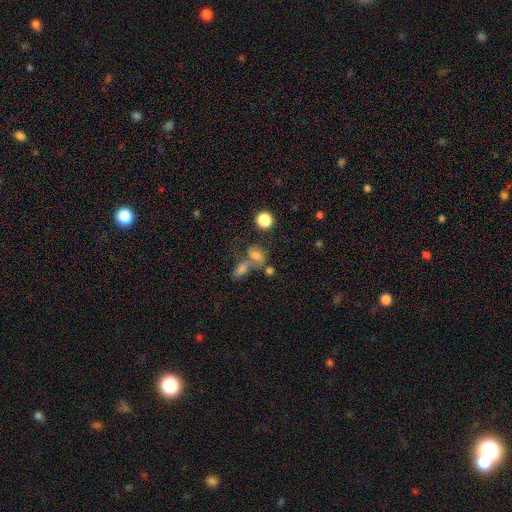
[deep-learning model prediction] Smooth or featured: smooth — 67% (featured or disk — 17%)
How rounded: in between — 61% (round — 37%)
Merging: merger — 45% (none — 35%)